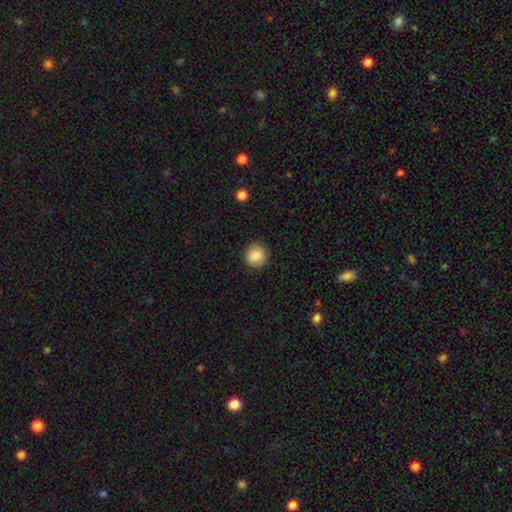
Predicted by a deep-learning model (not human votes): Smooth or featured: smooth — 86% (star or artifact — 8%)
How rounded: round — 87% (in between — 12%)
Merging: none — 88% (minor disturbance — 8%)